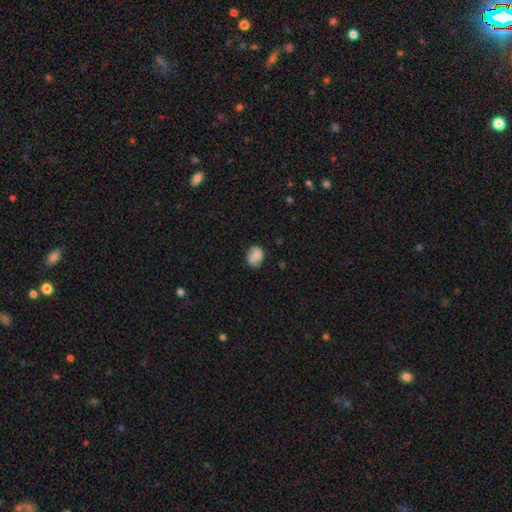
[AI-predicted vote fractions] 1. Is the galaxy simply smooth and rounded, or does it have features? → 73% smooth, 18% featured or disk, 9% star or artifact.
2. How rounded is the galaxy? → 56% round, 43% in between, 1% cigar-shaped.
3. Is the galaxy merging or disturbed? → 62% none, 23% minor disturbance, 9% merger, 6% major disturbance.